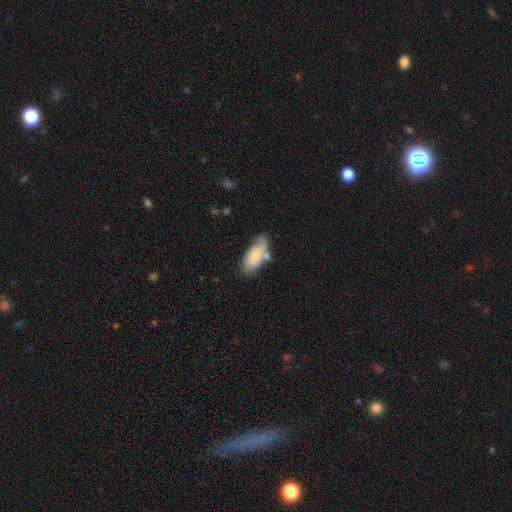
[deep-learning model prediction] Q: Smooth or featured?
A: smooth (69%); runner-up: featured or disk (24%)
Q: How rounded?
A: in between (89%); runner-up: cigar-shaped (8%)
Q: Merging?
A: none (50%); runner-up: minor disturbance (26%)